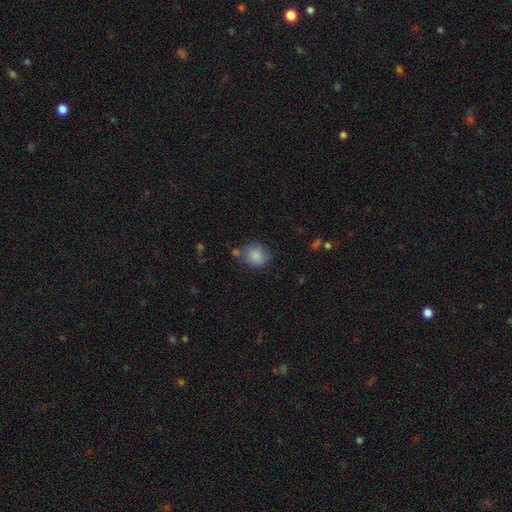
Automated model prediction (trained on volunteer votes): Smooth or featured?
  - smooth: 86% *
  - star or artifact: 8%
  - featured or disk: 6%
How rounded?
  - round: 76% *
  - in between: 23%
  - cigar-shaped: 1%
Merging?
  - none: 64% *
  - minor disturbance: 21%
  - merger: 9%
  - major disturbance: 6%